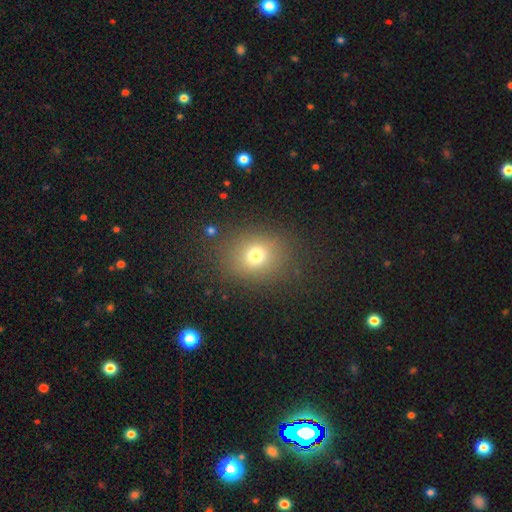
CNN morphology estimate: smooth 73%, star or artifact 17%, featured or disk 10%. Down the decision tree: how rounded — round (62%); merging — none (83%).